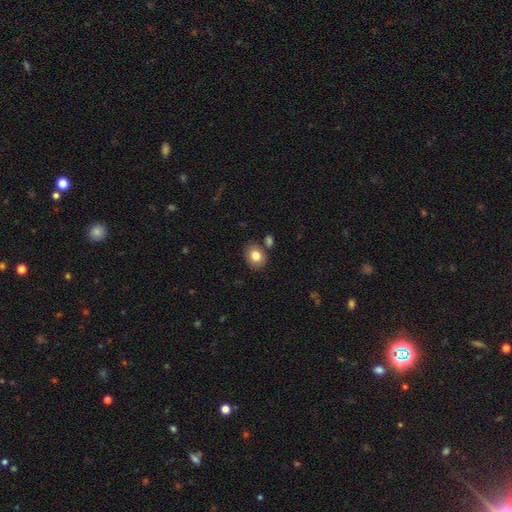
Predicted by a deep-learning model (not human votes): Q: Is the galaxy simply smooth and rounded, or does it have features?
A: smooth — 82%.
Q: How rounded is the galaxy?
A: round — 50%.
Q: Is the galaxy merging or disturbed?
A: none — 78%.